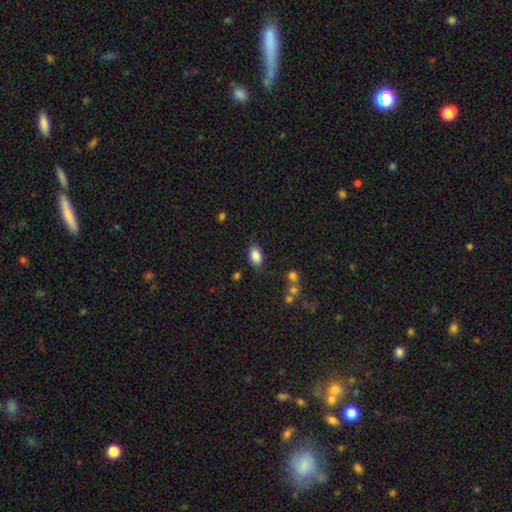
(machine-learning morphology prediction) Overall: smooth (87%). How rounded: in between (91%). Merging: none (82%).